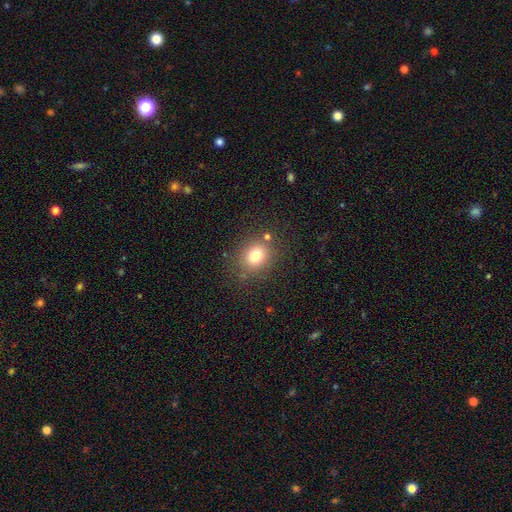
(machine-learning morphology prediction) smooth 77%, star or artifact 14%, featured or disk 10%. Down the decision tree: how rounded — round (64%); merging — none (79%).